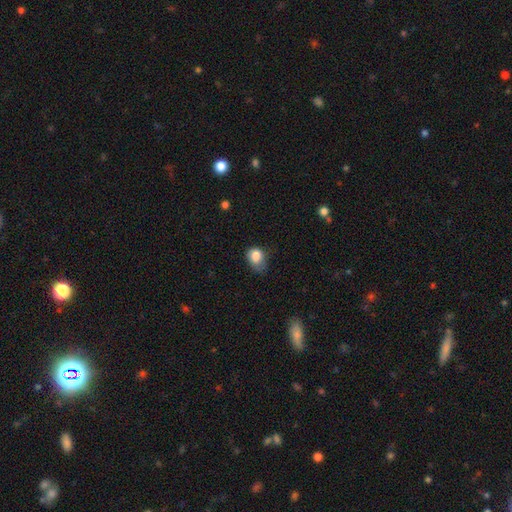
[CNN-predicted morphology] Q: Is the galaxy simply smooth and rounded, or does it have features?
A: smooth — 83%.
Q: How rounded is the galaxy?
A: in between — 58%.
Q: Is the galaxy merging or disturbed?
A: minor disturbance — 43%.